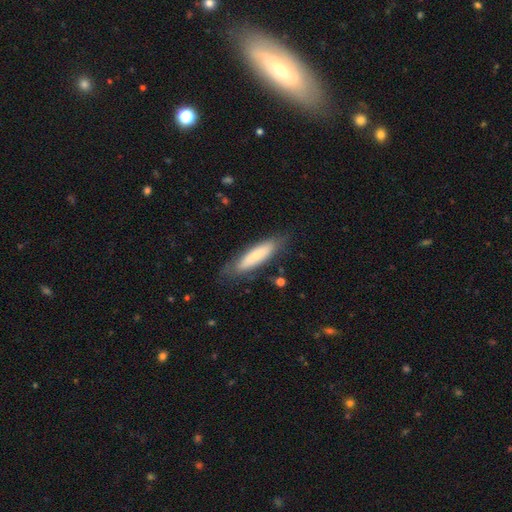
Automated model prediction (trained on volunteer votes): Smooth or featured: smooth — 65% (featured or disk — 29%)
How rounded: cigar-shaped — 67% (in between — 32%)
Merging: none — 75% (minor disturbance — 18%)